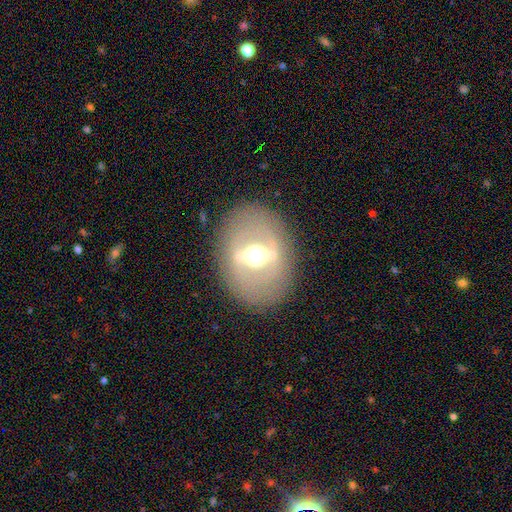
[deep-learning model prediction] featured or disk 74%, smooth 19%, star or artifact 8%. Down the decision tree: edge-on disk — no (83%); bar — strong (69%); spiral arms — no (81%); bulge size — moderate (67%); merging — none (83%).